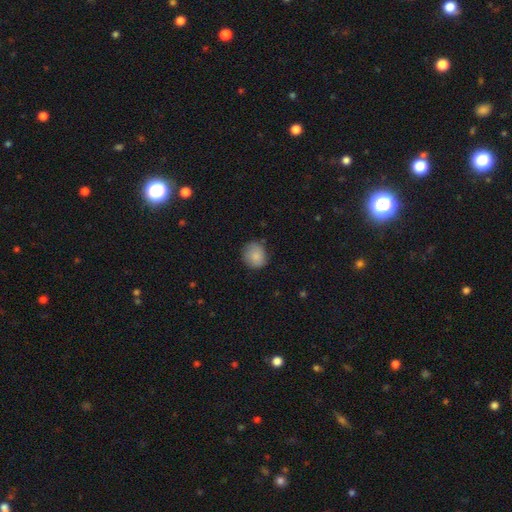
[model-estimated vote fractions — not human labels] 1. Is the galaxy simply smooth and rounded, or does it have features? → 85% smooth, 8% star or artifact, 7% featured or disk.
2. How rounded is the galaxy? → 77% round, 23% in between, 1% cigar-shaped.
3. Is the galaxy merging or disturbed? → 75% none, 20% minor disturbance, 4% major disturbance, 1% merger.